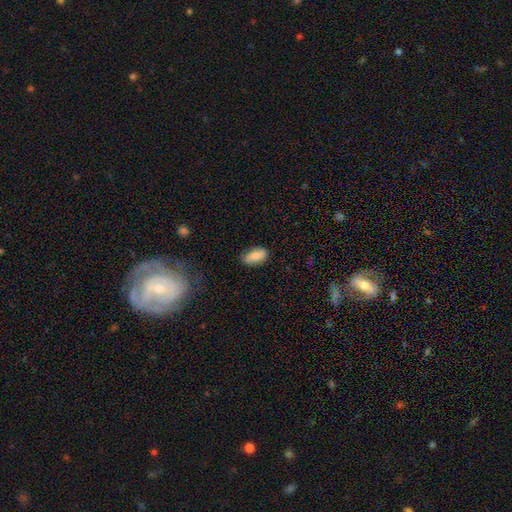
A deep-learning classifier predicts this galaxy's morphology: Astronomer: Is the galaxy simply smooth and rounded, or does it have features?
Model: smooth — 80%.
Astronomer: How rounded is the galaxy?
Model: in between — 91%.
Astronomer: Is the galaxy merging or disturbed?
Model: none — 81%.